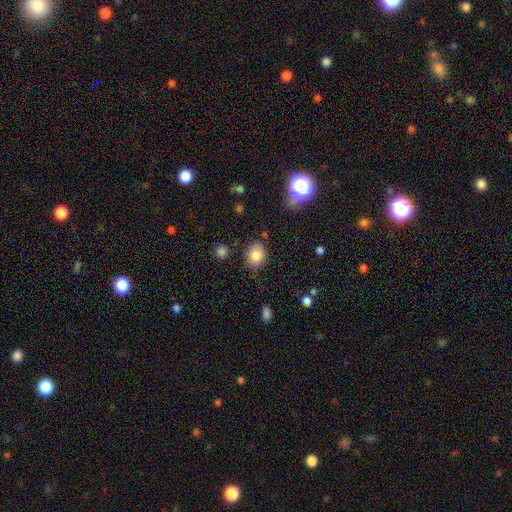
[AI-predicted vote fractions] Smooth or featured: smooth — 83% (star or artifact — 10%)
How rounded: round — 61% (in between — 37%)
Merging: none — 80% (minor disturbance — 13%)